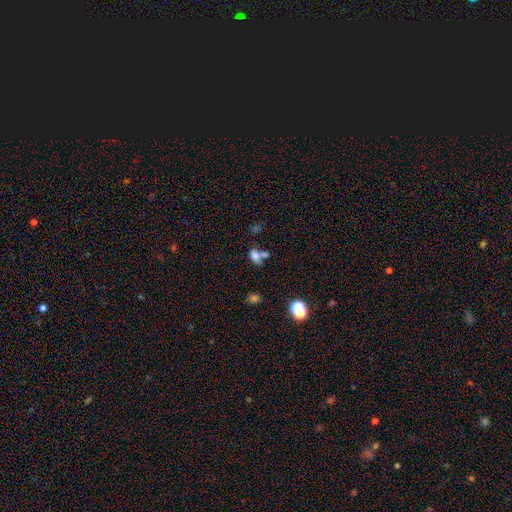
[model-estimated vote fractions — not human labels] The model was most divided on "merging": merger: 47%, none: 30%, minor disturbance: 13%, major disturbance: 9%. More confident: how rounded — in between (80%); smooth or featured — smooth (70%).